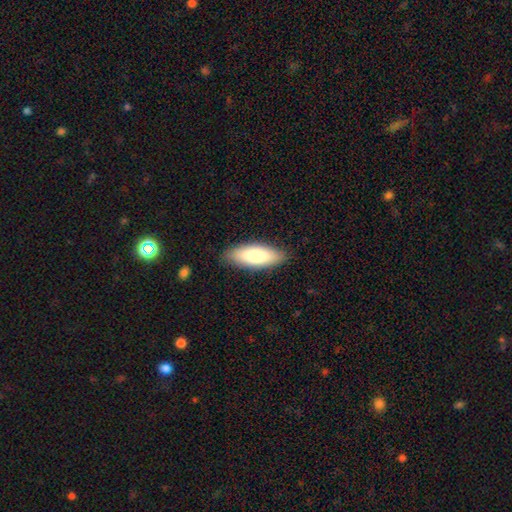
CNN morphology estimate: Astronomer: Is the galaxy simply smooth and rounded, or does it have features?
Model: smooth — 79%.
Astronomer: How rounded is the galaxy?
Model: in between — 70%.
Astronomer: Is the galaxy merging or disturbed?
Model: none — 86%.